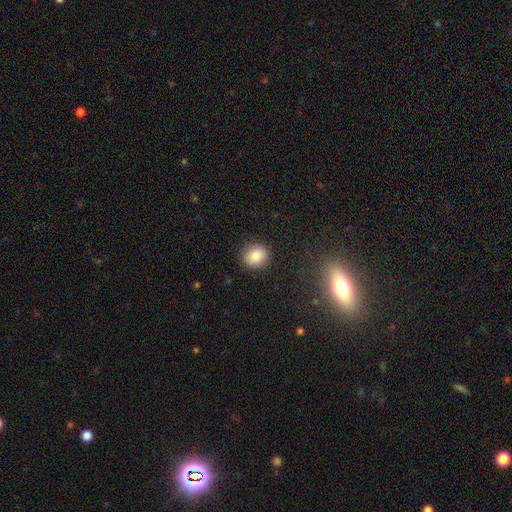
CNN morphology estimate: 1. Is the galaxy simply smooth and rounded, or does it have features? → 83% smooth, 10% star or artifact, 7% featured or disk.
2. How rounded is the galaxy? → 85% round, 14% in between, 1% cigar-shaped.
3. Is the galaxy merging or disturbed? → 89% none, 7% minor disturbance, 2% major disturbance, 1% merger.